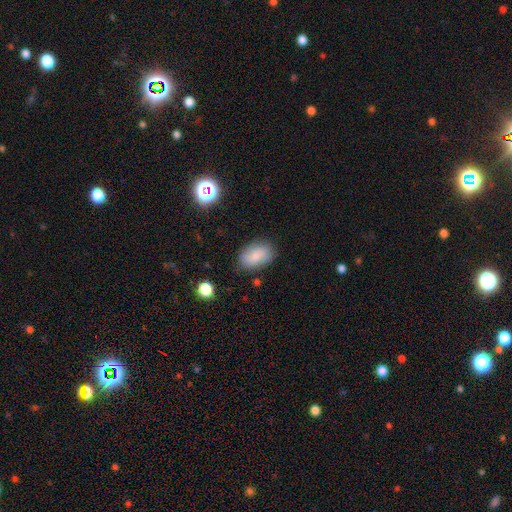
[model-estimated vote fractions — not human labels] This appears to be a smooth galaxy with no disk features (84%) that is in between round and cigar-shaped (89%). Merging: none (80%).